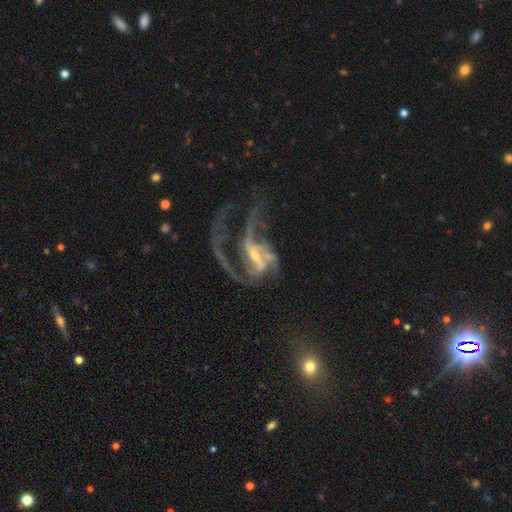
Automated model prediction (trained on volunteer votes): Smooth or featured: featured or disk — 87% (star or artifact — 8%)
Edge-on disk: no — 97% (yes — 3%)
Bar: weak — 42% (strong — 37%)
Spiral arms: yes — 93% (no — 7%)
Spiral winding: loose — 51% (medium — 38%)
Spiral arm count: 2 — 29% (3 — 27%)
Bulge size: small — 54% (moderate — 35%)
Merging: major disturbance — 51% (none — 29%)